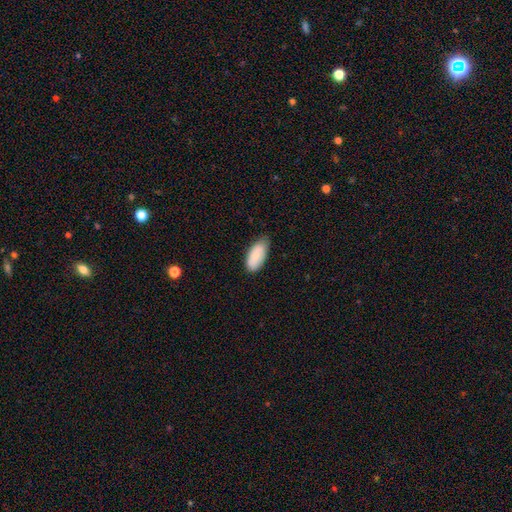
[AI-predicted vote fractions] This is clearly a smooth galaxy (85%). How rounded: clearly in between (92%). Merging: likely none (65%).